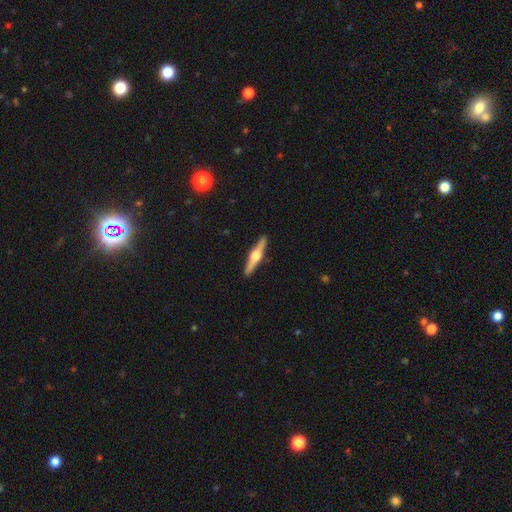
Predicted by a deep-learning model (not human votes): Smooth or featured: featured or disk — 75% (smooth — 20%)
Edge-on disk: yes — 98% (no — 2%)
Edge-on bulge: rounded — 94% (boxy — 4%)
Merging: none — 92% (minor disturbance — 6%)